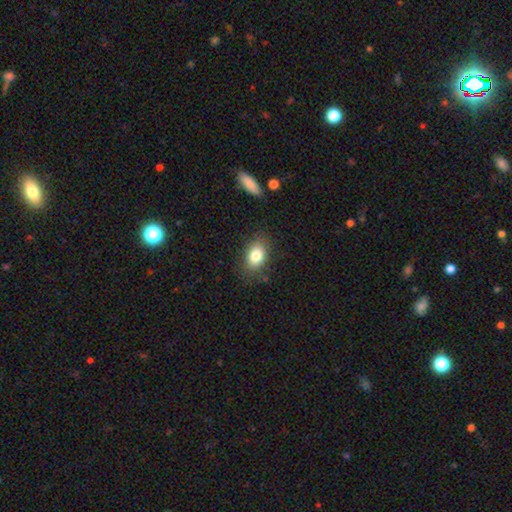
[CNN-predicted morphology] A smooth galaxy with no disk features (81%) that is in between round and cigar-shaped (81%). Merging: none (79%).